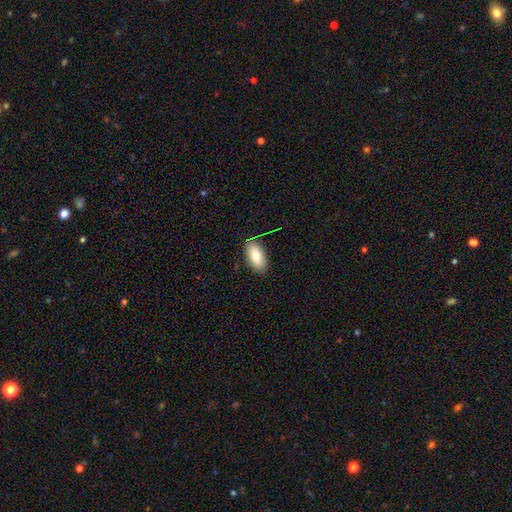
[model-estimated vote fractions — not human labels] Smooth or featured: smooth — 80% (featured or disk — 13%)
How rounded: in between — 90% (cigar-shaped — 6%)
Merging: none — 85% (minor disturbance — 11%)